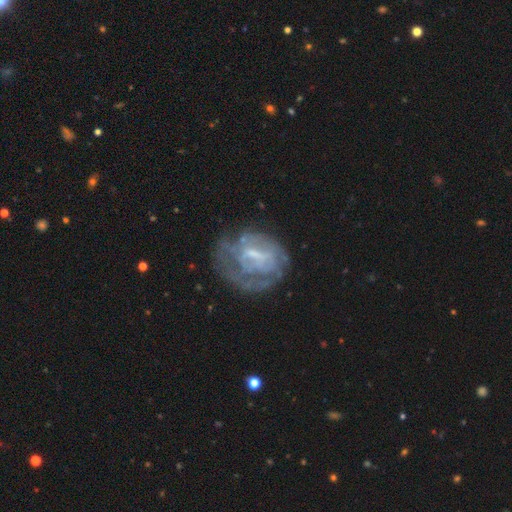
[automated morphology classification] A featured or disk galaxy (69%) with a weak bar (47%), spiral arms (51%) and a small central bulge (39%). Merging: none (52%).